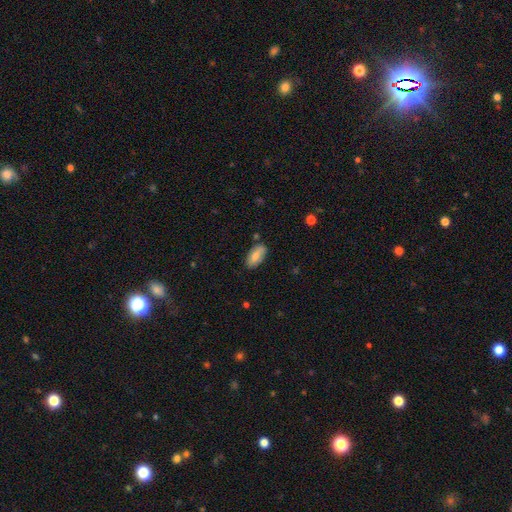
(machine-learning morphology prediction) Smooth or featured: smooth — 77% (featured or disk — 17%)
How rounded: in between — 92% (cigar-shaped — 6%)
Merging: none — 80% (minor disturbance — 15%)